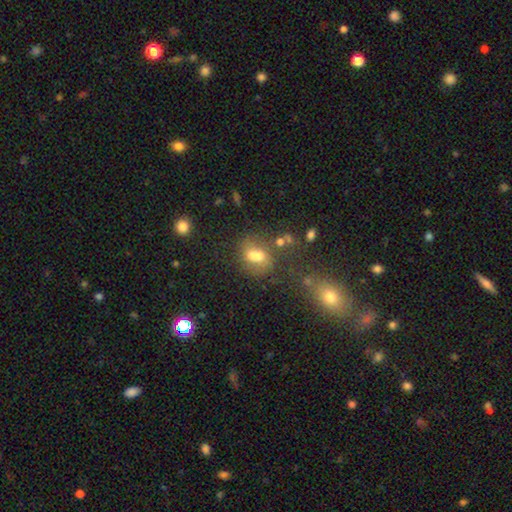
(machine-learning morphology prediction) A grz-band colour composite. It shows a smooth galaxy with no disk features (63%) that is in between round and cigar-shaped (61%). Merging: merger (39%).